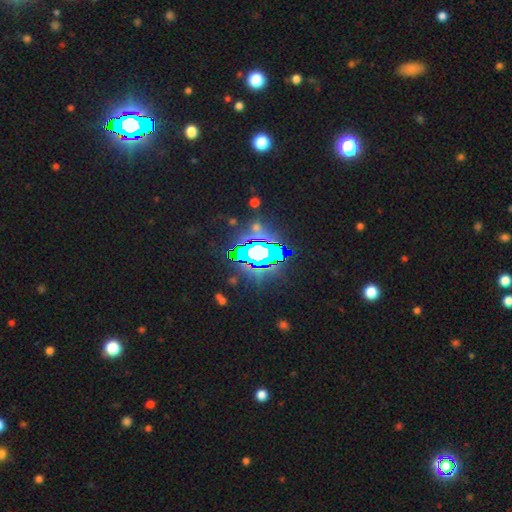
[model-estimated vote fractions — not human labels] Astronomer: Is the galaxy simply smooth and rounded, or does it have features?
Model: star or artifact — 78%.